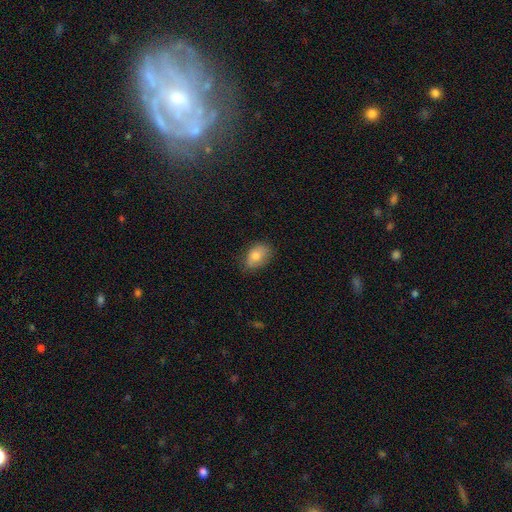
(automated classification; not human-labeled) Morphology: type=smooth (80%); roundness=in between (86%); merging=none (75%).